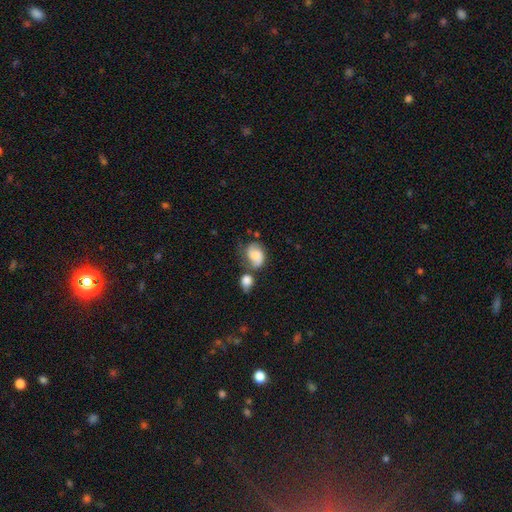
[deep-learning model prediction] This appears to be a smooth galaxy with no disk features (46%, tied with featured or disk). Merging: none (40%).